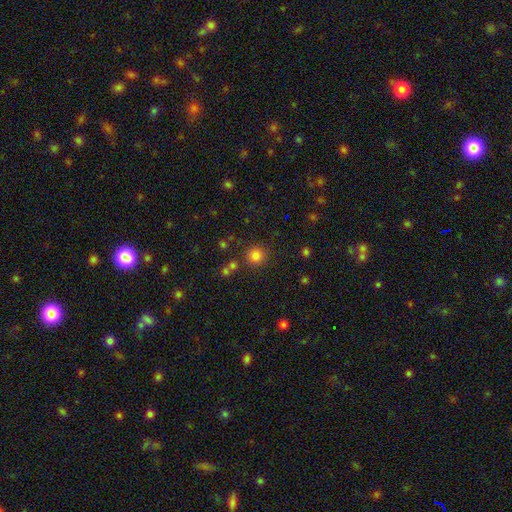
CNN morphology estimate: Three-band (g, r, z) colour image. It shows a smooth galaxy with no disk features (80%) that is round (92%). Merging: none (81%).